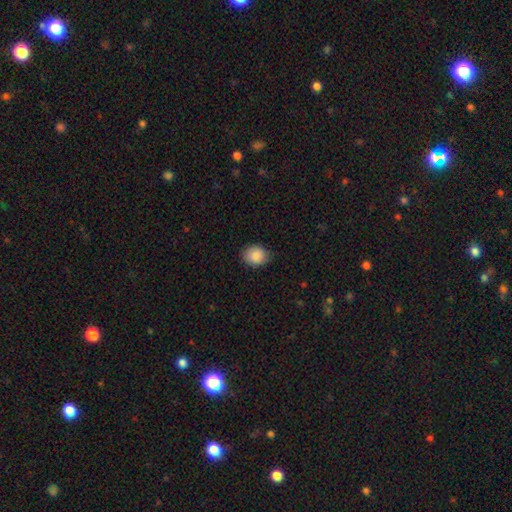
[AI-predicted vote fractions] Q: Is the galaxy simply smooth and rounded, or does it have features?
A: smooth — 88%.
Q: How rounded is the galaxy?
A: round — 53%.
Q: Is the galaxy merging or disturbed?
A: none — 80%.